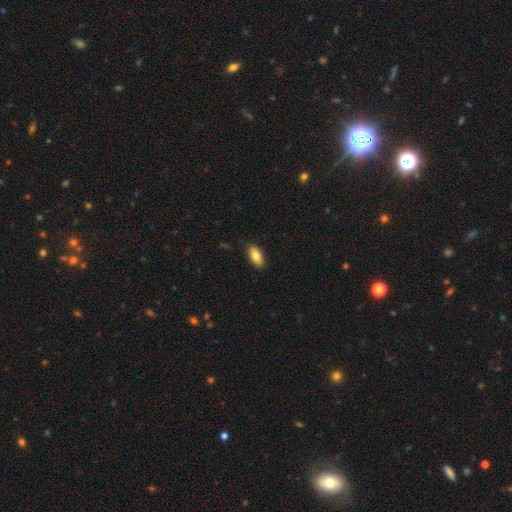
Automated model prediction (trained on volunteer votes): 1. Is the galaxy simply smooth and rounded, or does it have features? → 83% smooth, 10% featured or disk, 7% star or artifact.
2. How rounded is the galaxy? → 90% in between, 7% cigar-shaped, 3% round.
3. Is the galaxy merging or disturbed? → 87% none, 10% minor disturbance, 2% major disturbance, 1% merger.